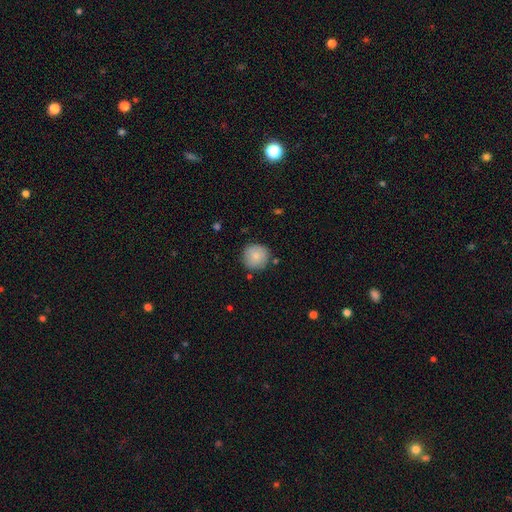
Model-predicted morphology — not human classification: Smooth or featured? Predicted: smooth (p=0.83). How rounded? Predicted: round (p=0.94). Merging? Predicted: none (p=0.84).